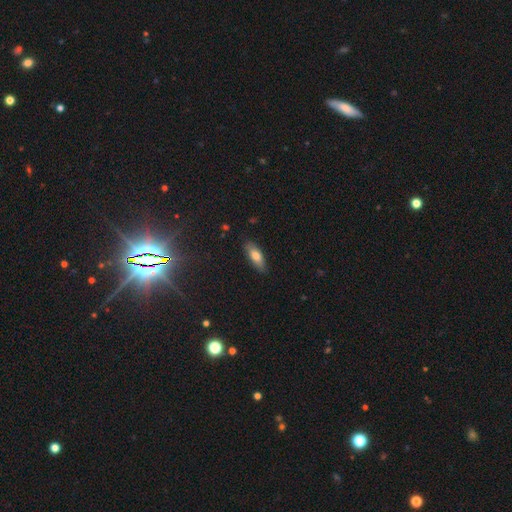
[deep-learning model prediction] smooth_or_featured: smooth (p=0.75) [alt: featured or disk p=0.18]
how_rounded: in between (p=0.70) [alt: cigar-shaped p=0.28]
merging: none (p=0.84) [alt: minor disturbance p=0.13]